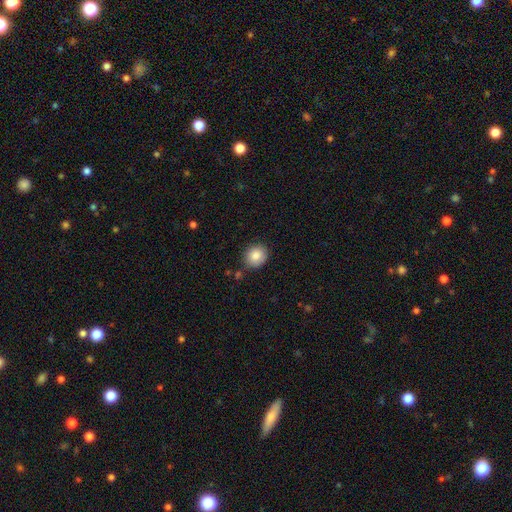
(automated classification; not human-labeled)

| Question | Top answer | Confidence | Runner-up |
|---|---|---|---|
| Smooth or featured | smooth | 86% | star or artifact (8%) |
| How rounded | round | 75% | in between (24%) |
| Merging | none | 82% | minor disturbance (12%) |